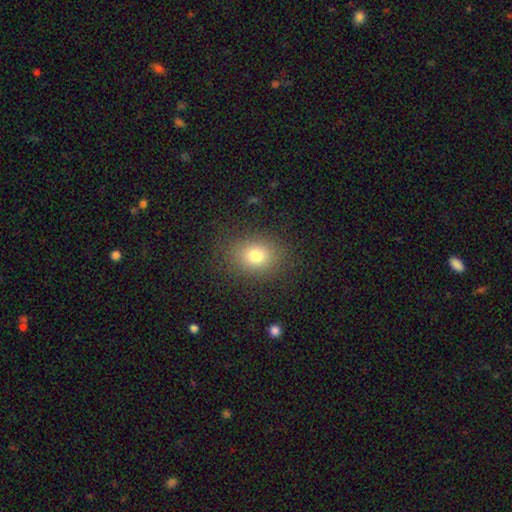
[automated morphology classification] smooth 77%, star or artifact 13%, featured or disk 9%. Down the decision tree: how rounded — round (58%); merging — none (86%).